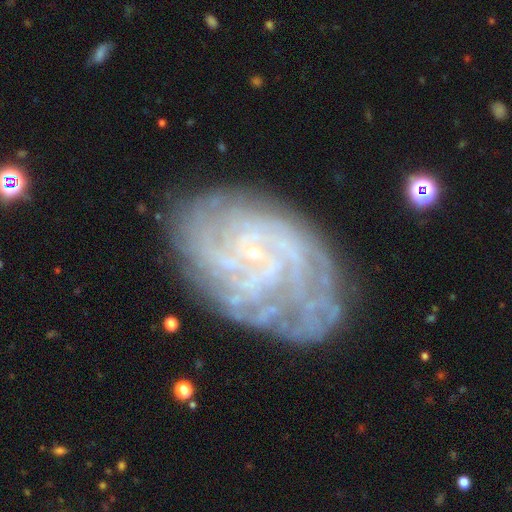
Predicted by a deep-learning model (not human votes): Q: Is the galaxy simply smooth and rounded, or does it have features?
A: featured or disk — 84%.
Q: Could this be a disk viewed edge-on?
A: no — 97%.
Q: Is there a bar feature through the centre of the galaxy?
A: no — 71%.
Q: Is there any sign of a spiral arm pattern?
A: yes — 93%.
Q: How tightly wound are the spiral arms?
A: tight — 68%.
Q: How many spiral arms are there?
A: can't tell — 33%.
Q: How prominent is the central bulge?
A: small — 84%.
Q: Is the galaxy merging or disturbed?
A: none — 70%.